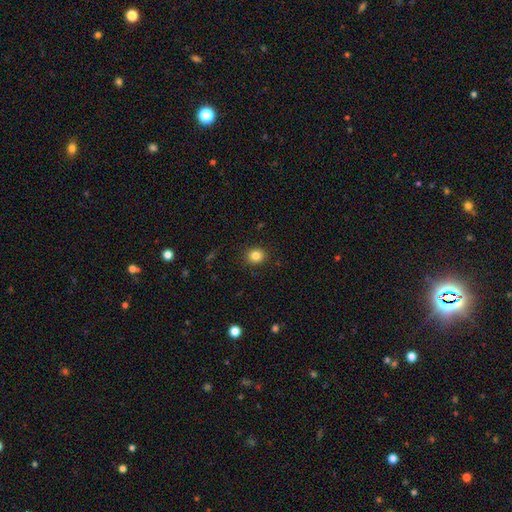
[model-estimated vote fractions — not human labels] smooth 84%, star or artifact 11%, featured or disk 5%. Down the decision tree: how rounded — round (75%); merging — none (89%).